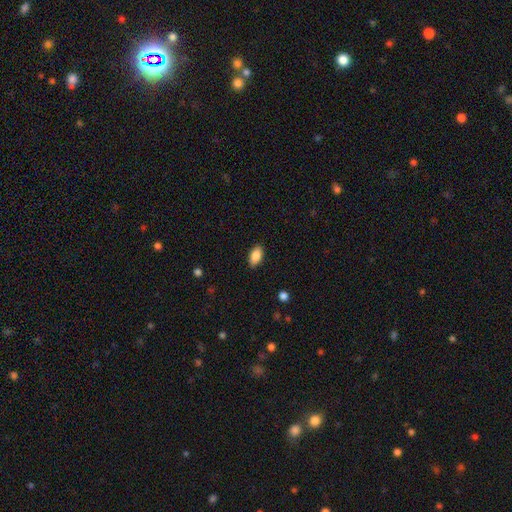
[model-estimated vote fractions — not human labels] Smooth or featured? smooth (87%)
How rounded? in between (92%)
Merging? none (88%)